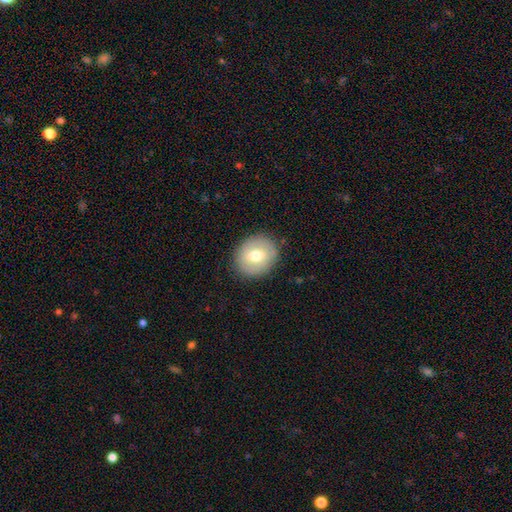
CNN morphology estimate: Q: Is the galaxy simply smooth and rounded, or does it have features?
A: smooth — 65%.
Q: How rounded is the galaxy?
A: round — 69%.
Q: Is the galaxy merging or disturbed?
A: none — 86%.